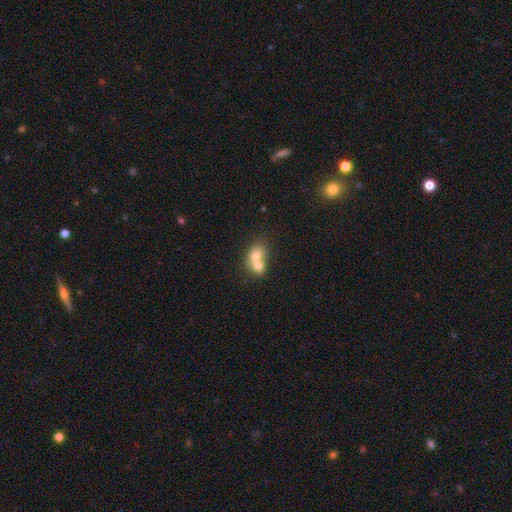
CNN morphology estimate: A smooth galaxy with no disk features (70%) that is round (51%).

Vote fractions:
- Smooth or featured? smooth: 70% / featured or disk: 21% / star or artifact: 9%
- How rounded? round: 51% / in between: 48% / cigar-shaped: 1%
- Merging? merger: 75% / none: 18% / minor disturbance: 5% / major disturbance: 3%